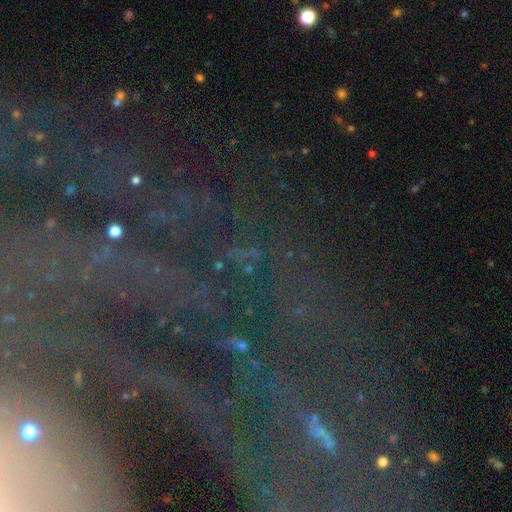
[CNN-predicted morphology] star or artifact 57%, featured or disk 31%, smooth 13%.